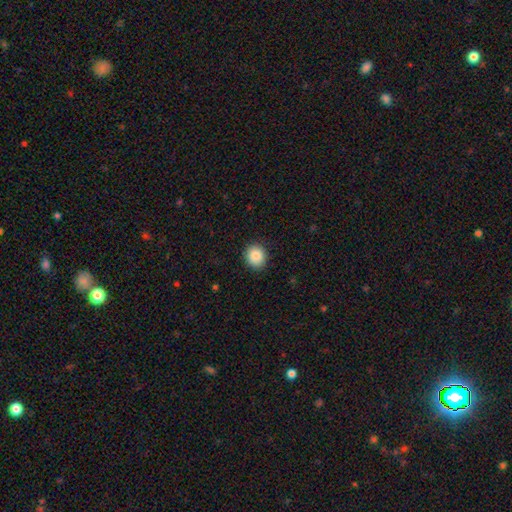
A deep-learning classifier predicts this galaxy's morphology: Smooth or featured: smooth — 87% (star or artifact — 9%)
How rounded: round — 80% (in between — 19%)
Merging: none — 90% (minor disturbance — 7%)